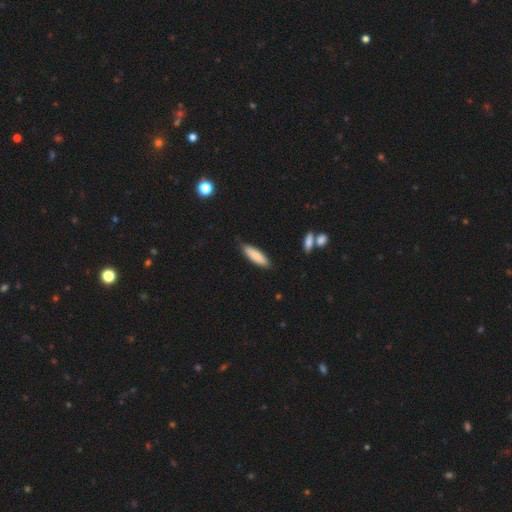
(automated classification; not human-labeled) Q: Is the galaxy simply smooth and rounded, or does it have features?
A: smooth — 85%.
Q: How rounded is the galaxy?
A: cigar-shaped — 58%.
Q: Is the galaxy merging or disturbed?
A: none — 84%.